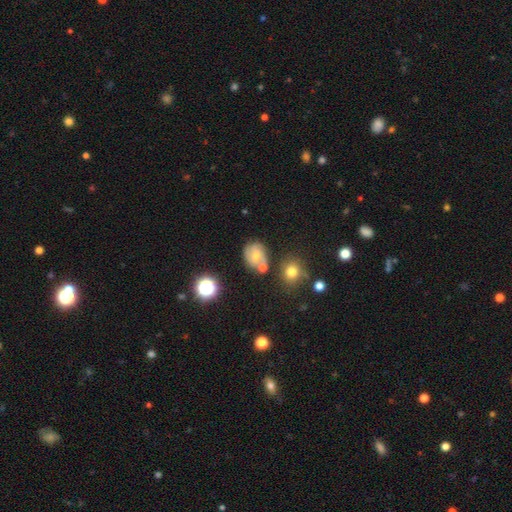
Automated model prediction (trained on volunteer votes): This is possibly a featured or disk galaxy (54%). It is clearly not viewed edge-on (97%). Bar: possibly no (55%). Spiral arm pattern: clearly yes (85%). Central bulge: possibly small (48%). Merging: likely none (61%).